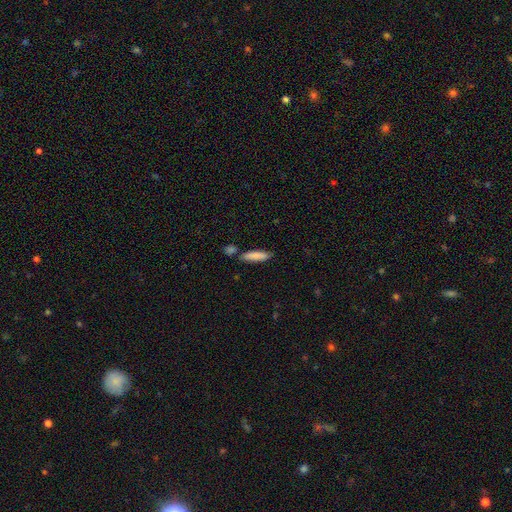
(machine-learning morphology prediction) Smooth or featured?
  - smooth: 84% *
  - featured or disk: 10%
  - star or artifact: 6%
How rounded?
  - cigar-shaped: 73% *
  - in between: 25%
  - round: 2%
Merging?
  - none: 76% *
  - minor disturbance: 13%
  - merger: 9%
  - major disturbance: 3%